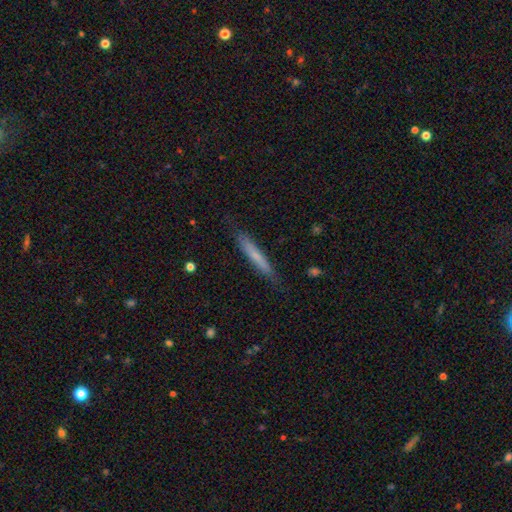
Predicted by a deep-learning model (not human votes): Overall: smooth (63%; featured or disk 31%). How rounded: cigar-shaped (95%). Merging: none (82%).